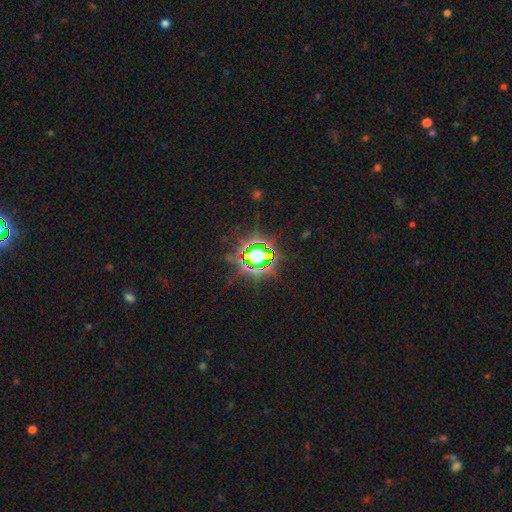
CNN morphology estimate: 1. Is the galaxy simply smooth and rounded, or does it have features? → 77% star or artifact, 13% smooth, 10% featured or disk.